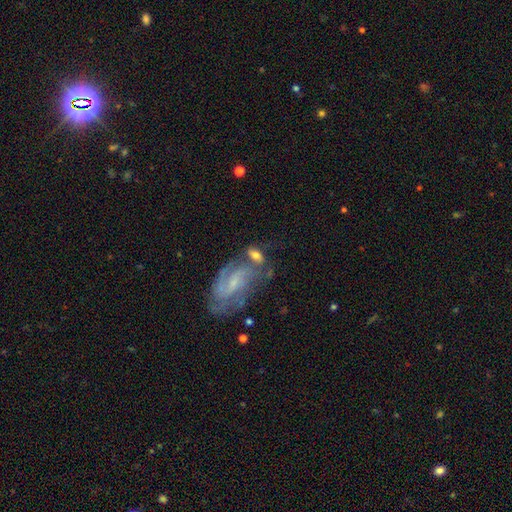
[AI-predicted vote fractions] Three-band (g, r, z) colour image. It shows a smooth galaxy with no disk features (46%). Merging: none (45%).